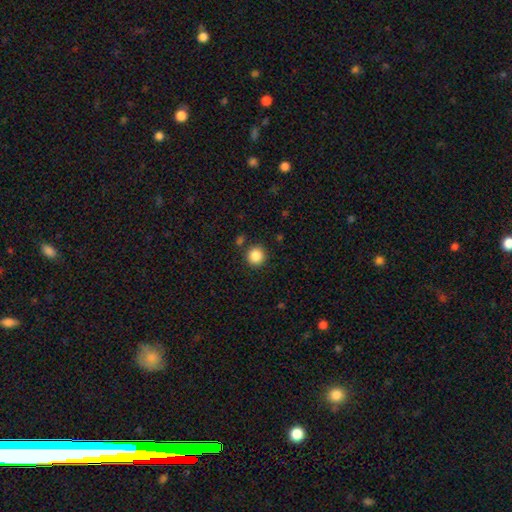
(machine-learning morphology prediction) Overall: smooth (87%). How rounded: round (94%). Merging: none (88%).